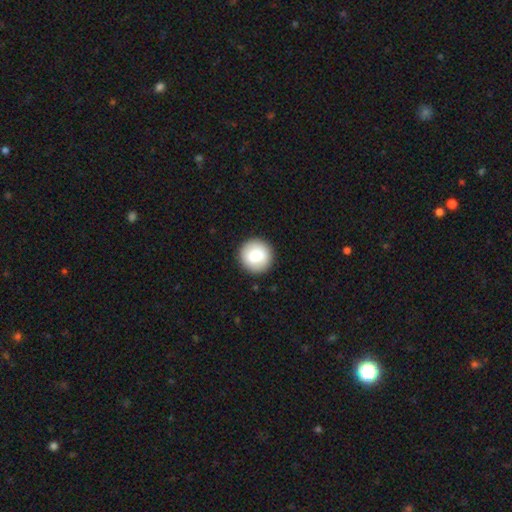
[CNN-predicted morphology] smooth_or_featured: smooth (p=0.82) [alt: featured or disk p=0.11]
how_rounded: round (p=0.96) [alt: in between p=0.04]
merging: none (p=0.92) [alt: minor disturbance p=0.05]